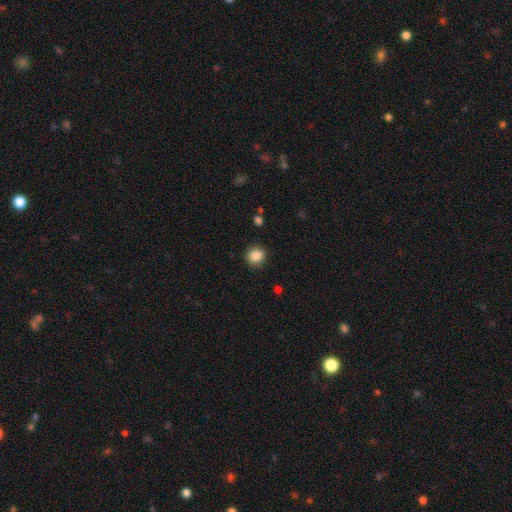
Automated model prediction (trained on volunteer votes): smooth 87%, star or artifact 10%, featured or disk 3%. Down the decision tree: how rounded — round (88%); merging — none (90%).